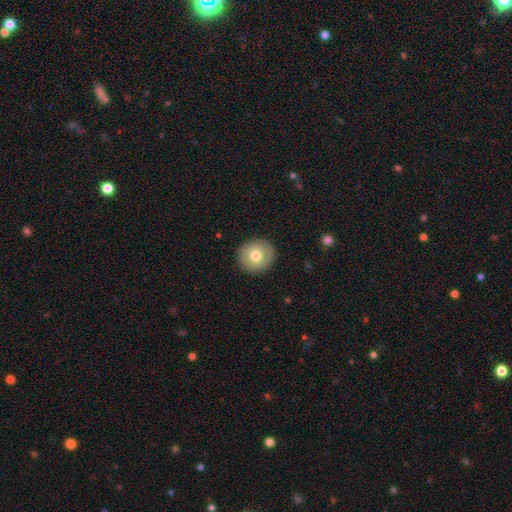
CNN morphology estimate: smooth_or_featured: smooth (p=0.70) [alt: featured or disk p=0.23]
how_rounded: round (p=0.91) [alt: in between p=0.08]
merging: none (p=0.90) [alt: minor disturbance p=0.07]